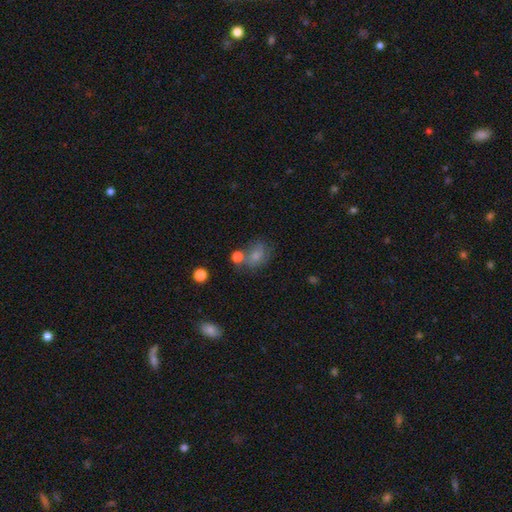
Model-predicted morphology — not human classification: The model was most divided on "how rounded": in between: 58%, round: 41%, cigar-shaped: 1%. Remaining: smooth or featured — smooth (66%); merging — none (42%).